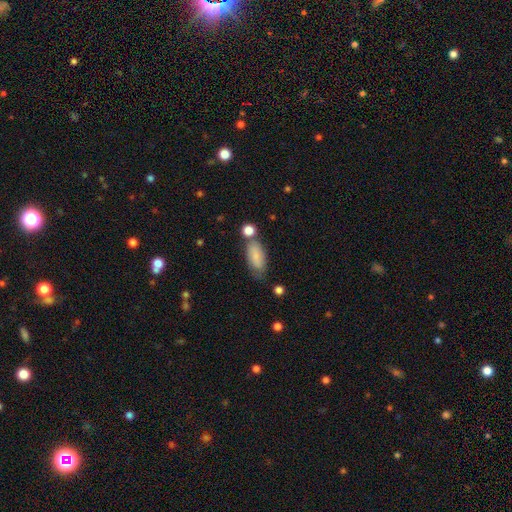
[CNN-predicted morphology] This appears to be a smooth galaxy with no disk features (80%) that is in between round and cigar-shaped (85%). Merging: none (56%).